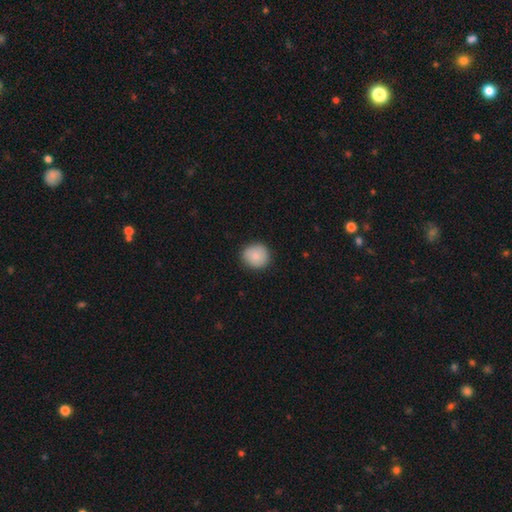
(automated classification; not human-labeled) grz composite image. It shows a smooth galaxy with no disk features (83%) that is round (87%). Merging: none (87%).